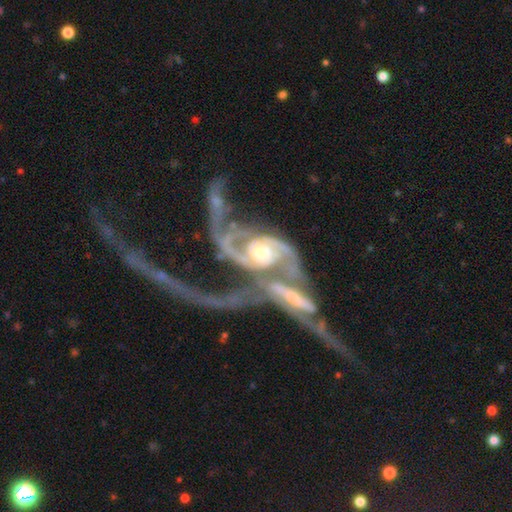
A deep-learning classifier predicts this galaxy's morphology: Smooth or featured? featured or disk (84%)
Edge-on disk? no (93%)
Bar? no (57%)
Spiral arms? yes (88%)
Spiral winding? loose (57%)
Spiral arm count? 2 (50%)
Bulge size? moderate (48%)
Merging? merger (58%)